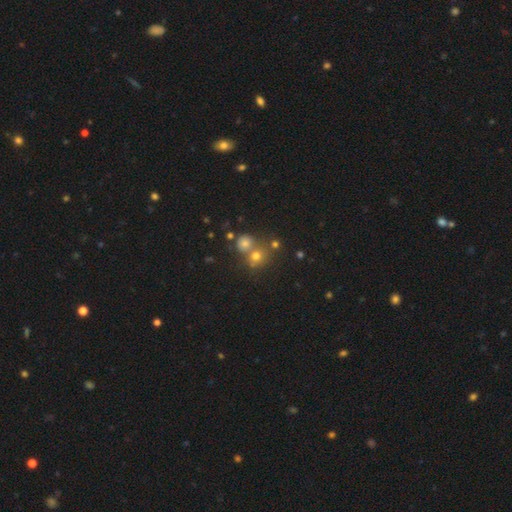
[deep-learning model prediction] This appears to be a smooth galaxy with no disk features (59%) that is round (84%). Merging: none (50%).